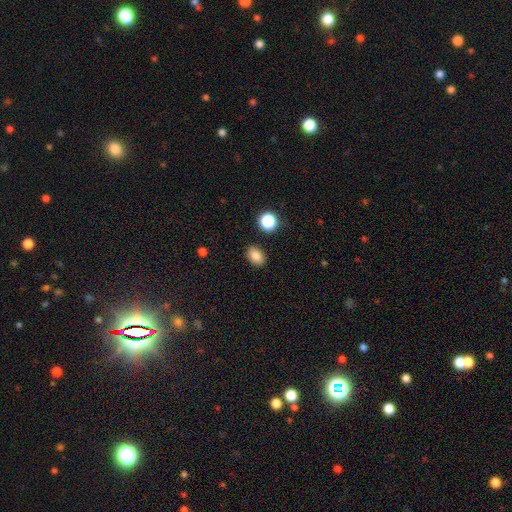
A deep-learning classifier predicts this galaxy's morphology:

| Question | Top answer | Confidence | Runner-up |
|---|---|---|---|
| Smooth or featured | smooth | 84% | star or artifact (11%) |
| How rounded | in between | 77% | round (22%) |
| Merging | none | 87% | minor disturbance (9%) |